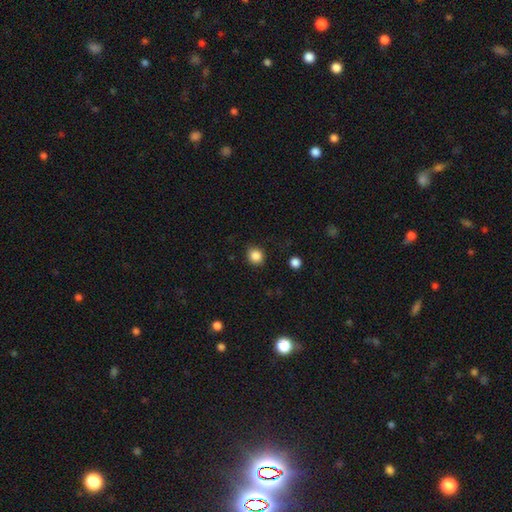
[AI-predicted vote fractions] This appears to be a smooth galaxy with no disk features (86%) that is round (81%). Merging: none (87%).